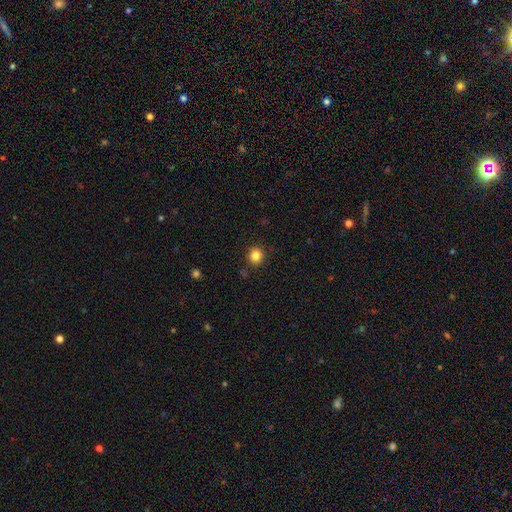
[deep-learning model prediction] smooth 85%, star or artifact 11%, featured or disk 4%. Down the decision tree: how rounded — round (89%); merging — none (88%).